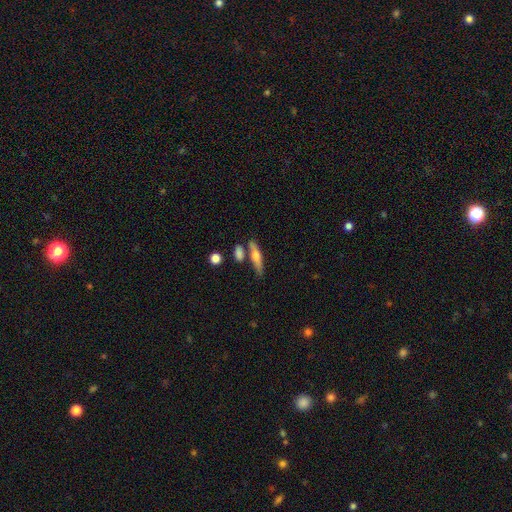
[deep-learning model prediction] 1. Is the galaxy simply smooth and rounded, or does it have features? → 50% smooth, 44% featured or disk, 7% star or artifact.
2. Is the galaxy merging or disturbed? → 69% none, 15% merger, 13% minor disturbance, 4% major disturbance.